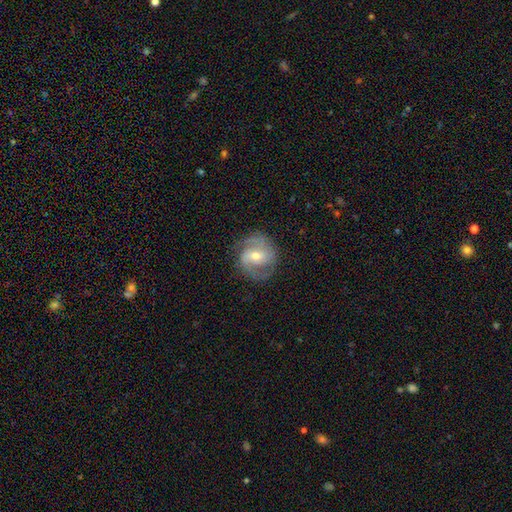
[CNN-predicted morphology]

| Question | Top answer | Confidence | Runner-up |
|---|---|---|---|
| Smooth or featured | featured or disk | 83% | smooth (11%) |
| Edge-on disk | no | 97% | yes (3%) |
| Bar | weak | 45% | no (36%) |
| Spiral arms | yes | 95% | no (5%) |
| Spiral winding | medium | 51% | tight (32%) |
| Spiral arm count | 2 | 77% | 3 (8%) |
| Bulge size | moderate | 56% | small (40%) |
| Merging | none | 76% | minor disturbance (16%) |